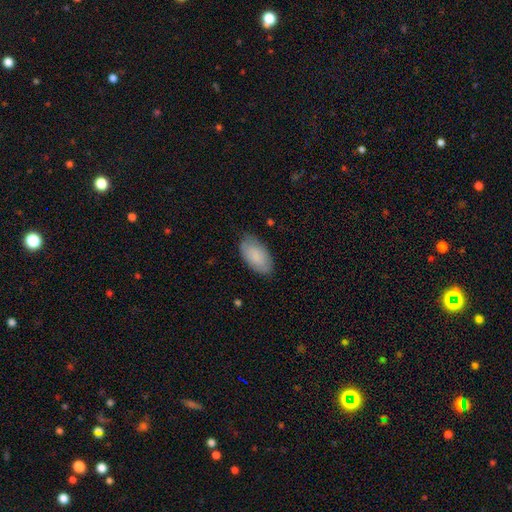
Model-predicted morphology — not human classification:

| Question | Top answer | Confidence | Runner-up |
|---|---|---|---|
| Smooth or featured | smooth | 85% | featured or disk (10%) |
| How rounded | in between | 95% | round (2%) |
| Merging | none | 78% | minor disturbance (18%) |